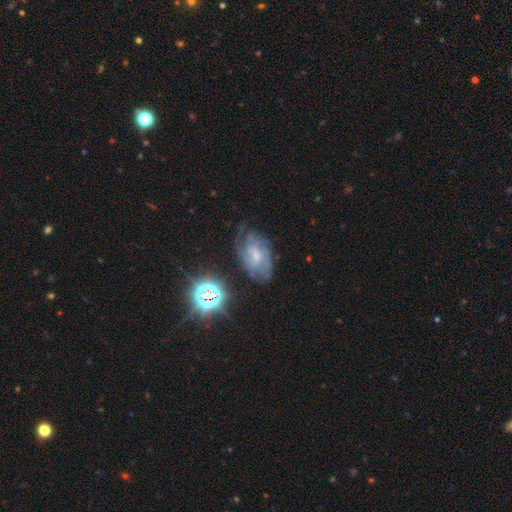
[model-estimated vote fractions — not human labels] Smooth or featured: featured or disk — 63% (smooth — 22%)
Edge-on disk: no — 95% (yes — 5%)
Bar: weak — 46% (no — 45%)
Spiral arms: yes — 83% (no — 17%)
Bulge size: small — 53% (moderate — 26%)
Merging: none — 57% (minor disturbance — 25%)